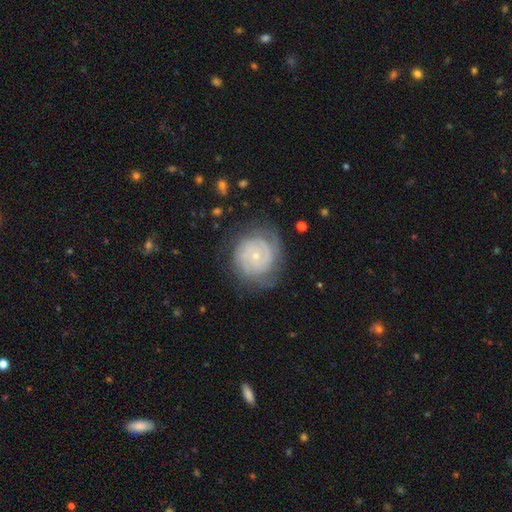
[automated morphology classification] smooth-or-featured: featured or disk: 77% | smooth: 16% | star or artifact: 7%
  disk-edge-on: no: 98% | yes: 2%
    bar: no: 80% | weak: 17% | strong: 3%
    has-spiral-arms: yes: 92% | no: 8%
      spiral-winding: tight: 74% | medium: 21% | loose: 5%
      spiral-arm-count: can't tell: 34% | 2: 28% | 3: 19% | 4: 8% | 1: 6% | more than 4: 5%
    bulge-size: small: 79% | moderate: 17% | none: 2% | large: 1% | dominant: 1%
  merging: none: 74% | minor disturbance: 17% | major disturbance: 8% | merger: 1%